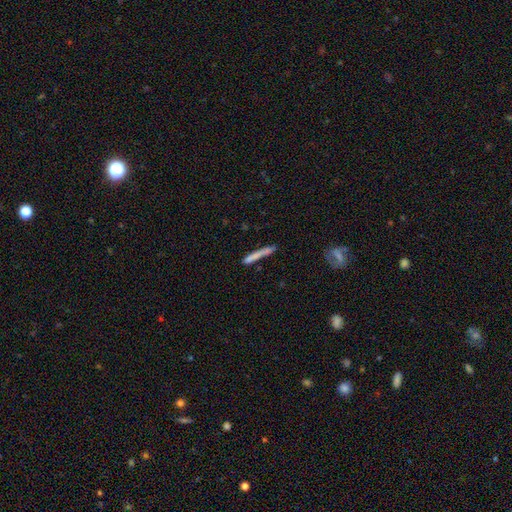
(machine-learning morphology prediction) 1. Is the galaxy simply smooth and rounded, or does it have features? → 69% smooth, 24% featured or disk, 7% star or artifact.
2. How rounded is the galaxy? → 95% cigar-shaped, 3% in between, 2% round.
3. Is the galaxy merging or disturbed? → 74% none, 16% minor disturbance, 5% merger, 5% major disturbance.